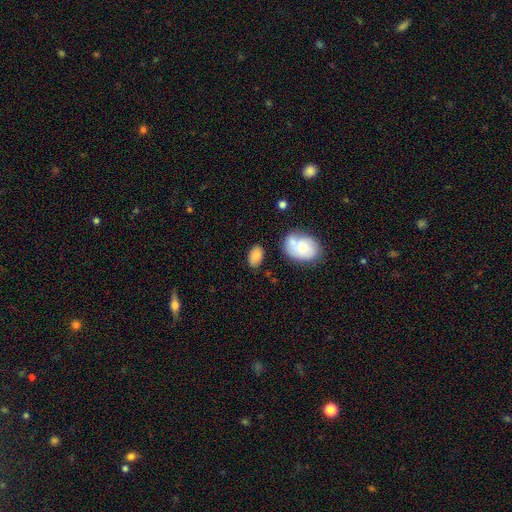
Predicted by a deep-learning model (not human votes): The model was most divided on "merging": none: 73%, minor disturbance: 15%, merger: 9%, major disturbance: 4%. More confident: how rounded — in between (92%); smooth or featured — smooth (83%).